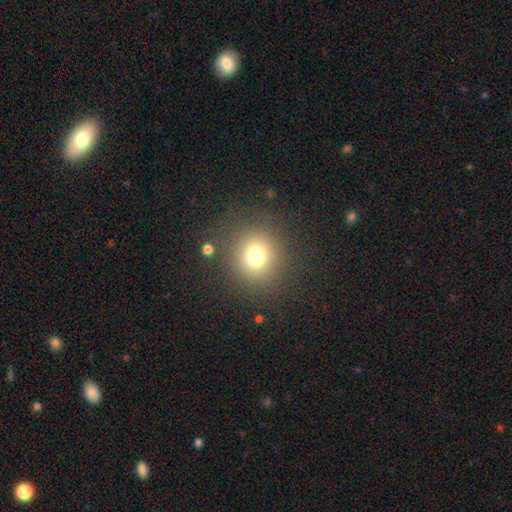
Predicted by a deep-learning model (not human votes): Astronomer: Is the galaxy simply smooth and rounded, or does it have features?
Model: smooth — 74%.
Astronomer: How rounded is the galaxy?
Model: round — 91%.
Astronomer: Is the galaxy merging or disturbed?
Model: none — 85%.